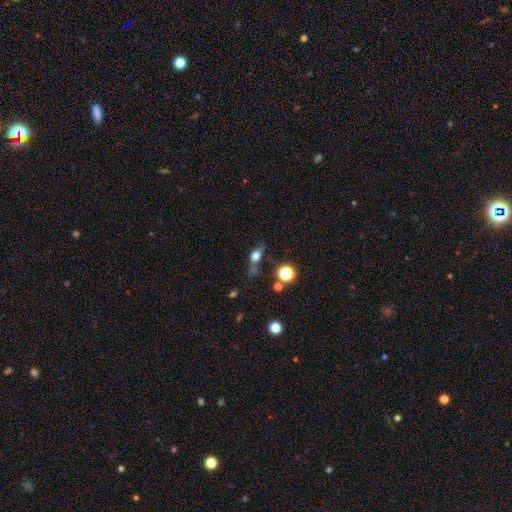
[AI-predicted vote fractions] The model was most divided on "how rounded" (2-way tie): in between: 43%, round: 43%, cigar-shaped: 14%. More confident: smooth or featured — smooth (59%); merging — none (52%).